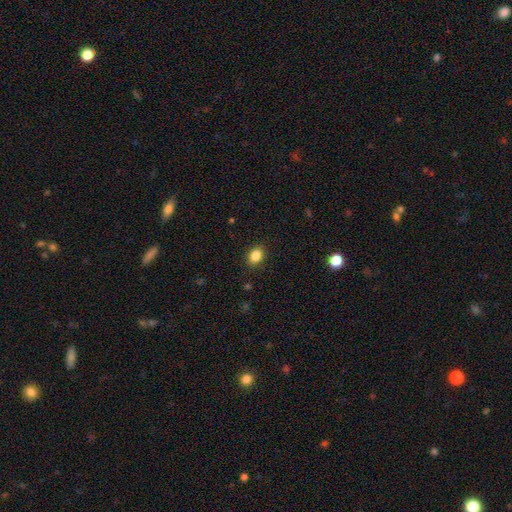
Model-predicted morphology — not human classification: Smooth or featured: smooth — 84% (star or artifact — 10%)
How rounded: in between — 62% (round — 37%)
Merging: none — 89% (minor disturbance — 8%)